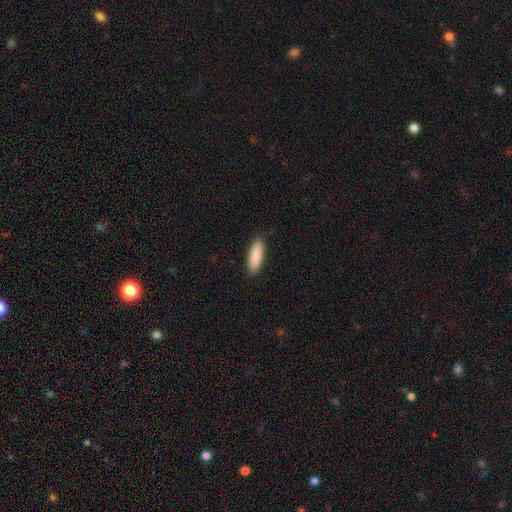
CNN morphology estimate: The model was most divided on "how rounded": in between: 50%, cigar-shaped: 49%, round: 2%. More confident: smooth or featured — smooth (89%); merging — none (88%).